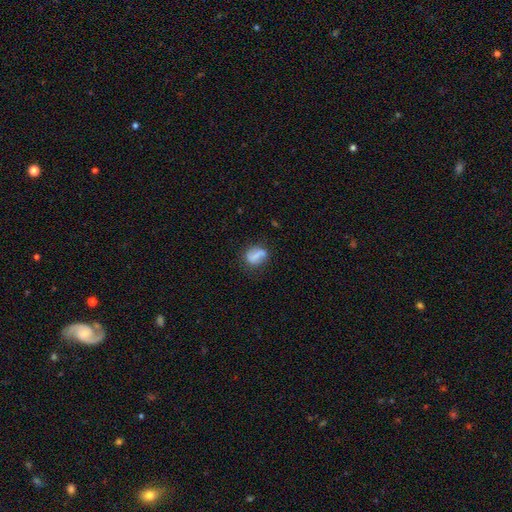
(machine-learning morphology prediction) A smooth galaxy with no disk features (65%) that is in between round and cigar-shaped (57%). Merging: none (62%).